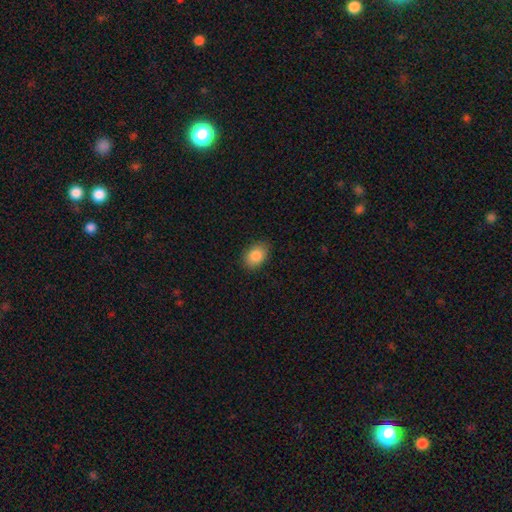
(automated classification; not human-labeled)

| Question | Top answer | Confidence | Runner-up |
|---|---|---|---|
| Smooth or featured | smooth | 86% | star or artifact (8%) |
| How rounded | in between | 80% | round (19%) |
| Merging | none | 87% | minor disturbance (10%) |